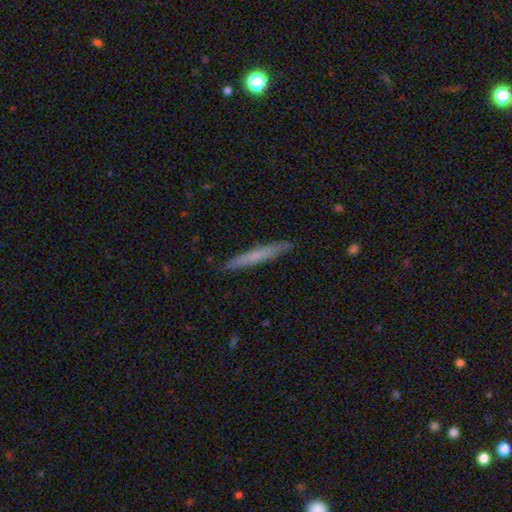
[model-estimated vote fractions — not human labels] Smooth or featured? smooth (53%)
How rounded? cigar-shaped (96%)
Merging? none (90%)